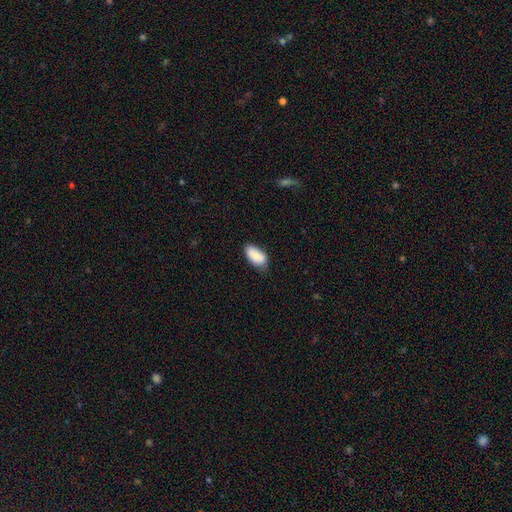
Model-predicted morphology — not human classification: Overall: smooth (84%). How rounded: in between (94%). Merging: none (67%).